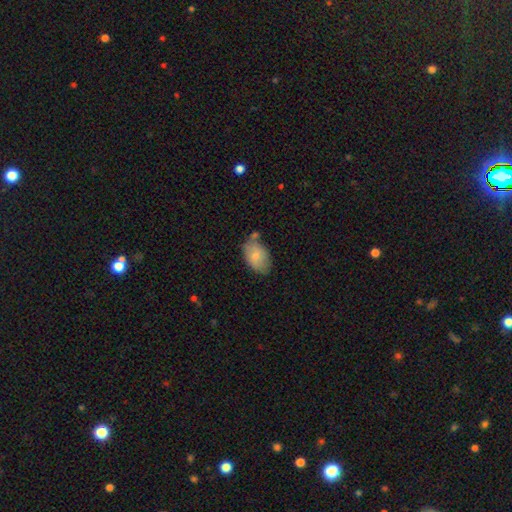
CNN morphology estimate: smooth_or_featured: smooth (p=0.76) [alt: featured or disk p=0.17]
how_rounded: in between (p=0.89) [alt: round p=0.10]
merging: none (p=0.58) [alt: minor disturbance p=0.26]